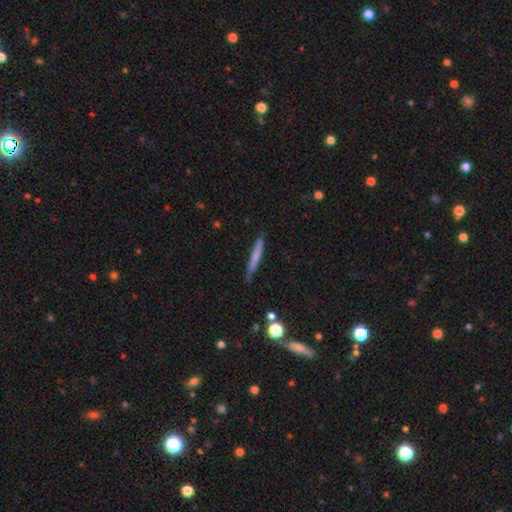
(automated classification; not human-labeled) Smooth or featured: smooth — 68% (featured or disk — 25%)
How rounded: cigar-shaped — 95% (in between — 3%)
Merging: none — 80% (minor disturbance — 15%)